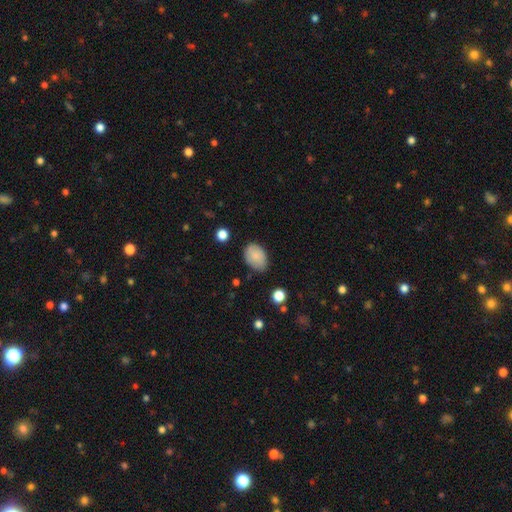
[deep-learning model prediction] The model was most divided on "merging": none: 69%, minor disturbance: 25%, major disturbance: 5%, merger: 2%. More confident: smooth or featured — smooth (82%); how rounded — in between (81%).